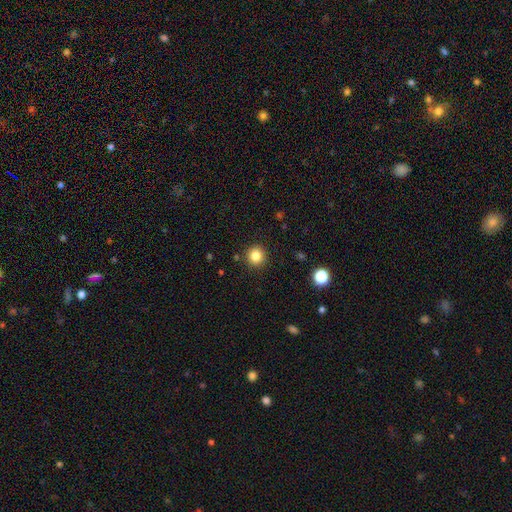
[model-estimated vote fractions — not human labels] Overall: smooth (83%). How rounded: round (94%). Merging: none (91%).